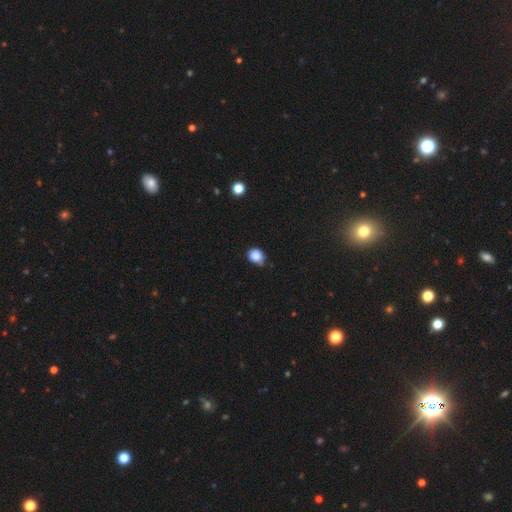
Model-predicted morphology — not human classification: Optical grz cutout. It shows a smooth galaxy with no disk features (86%) that is round (66%). Merging: none (60%).